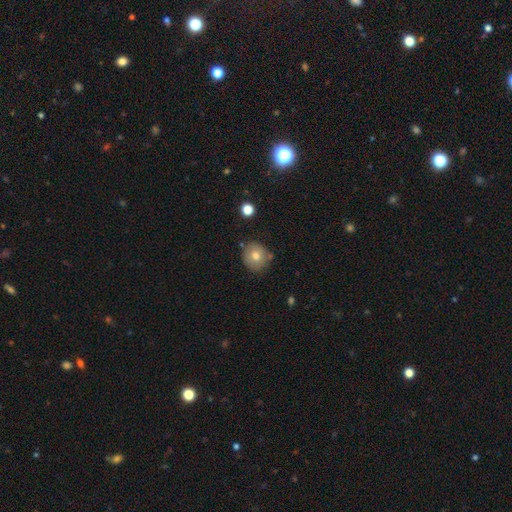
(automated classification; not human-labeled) smooth-or-featured: smooth: 74% | featured or disk: 16% | star or artifact: 10%
  how-rounded: round: 84% | in between: 15% | cigar-shaped: 1%
  merging: none: 77% | minor disturbance: 14% | merger: 6% | major disturbance: 3%